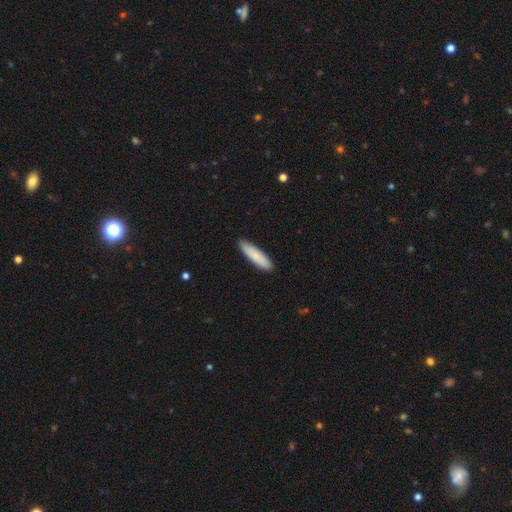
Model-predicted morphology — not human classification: Smooth or featured?
  - smooth: 85% *
  - featured or disk: 10%
  - star or artifact: 5%
How rounded?
  - cigar-shaped: 78% *
  - in between: 20%
  - round: 1%
Merging?
  - none: 90% *
  - minor disturbance: 7%
  - major disturbance: 1%
  - merger: 1%